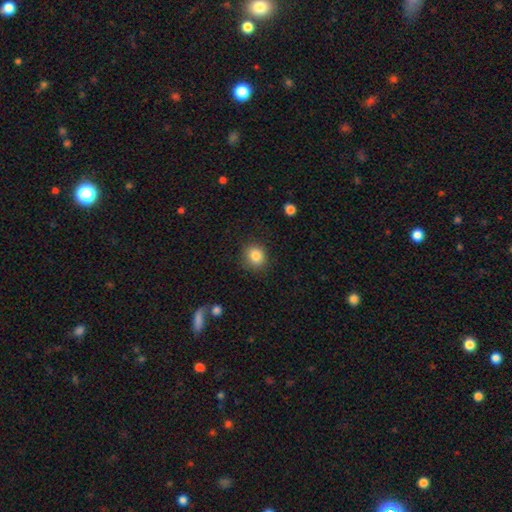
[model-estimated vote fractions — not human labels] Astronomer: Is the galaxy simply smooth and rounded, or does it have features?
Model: smooth — 84%.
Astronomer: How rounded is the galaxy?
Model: round — 80%.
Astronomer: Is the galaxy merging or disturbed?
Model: none — 86%.